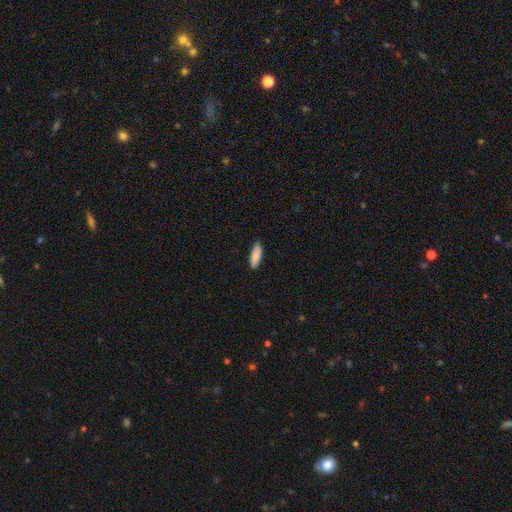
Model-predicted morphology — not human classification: A smooth galaxy with no disk features (83%) that is in between round and cigar-shaped (65%). Merging: none (86%).